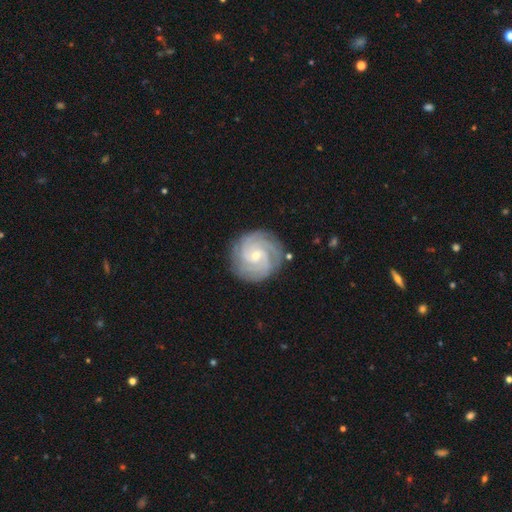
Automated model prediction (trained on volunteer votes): Overall: featured or disk (86%). Edge-on disk: no (98%). Bar: no (58%; weak 34%). Spiral arms: yes (98%). Spiral arm count: 3 (27%, tied with 4). Spiral winding: tight (78%). Bulge size: small (64%; moderate 33%). Merging: none (85%).